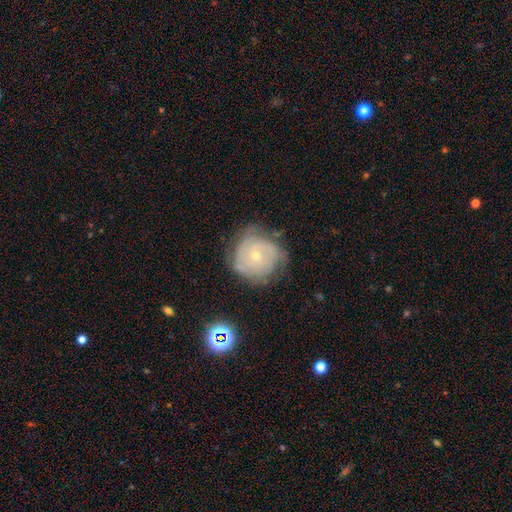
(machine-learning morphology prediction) Smooth or featured: featured or disk — 73% (smooth — 19%)
Edge-on disk: no — 98% (yes — 2%)
Bar: no — 80% (weak — 17%)
Spiral arms: yes — 89% (no — 11%)
Spiral winding: tight — 70% (medium — 24%)
Spiral arm count: can't tell — 41% (2 — 22%)
Bulge size: small — 69% (moderate — 28%)
Merging: none — 64% (minor disturbance — 24%)